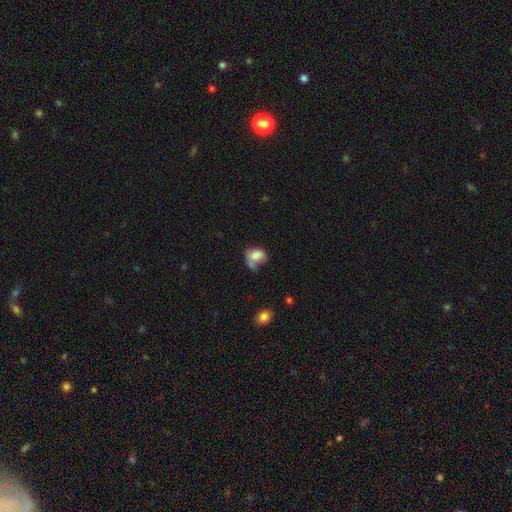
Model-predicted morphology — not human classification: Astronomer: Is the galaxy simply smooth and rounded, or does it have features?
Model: smooth — 78%.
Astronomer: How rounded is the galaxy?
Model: in between — 61% (runner-up: round, 38%).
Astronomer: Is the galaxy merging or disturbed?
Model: none — 33% (runner-up: minor disturbance, 29%).